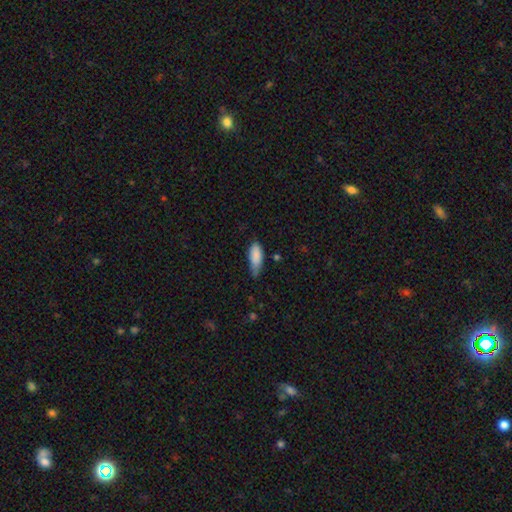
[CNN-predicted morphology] Q: Smooth or featured?
A: smooth (86%); runner-up: featured or disk (7%)
Q: How rounded?
A: in between (78%); runner-up: cigar-shaped (20%)
Q: Merging?
A: minor disturbance (47%); runner-up: none (41%)